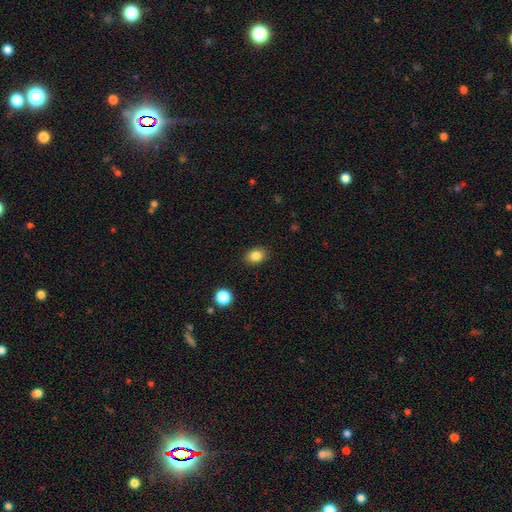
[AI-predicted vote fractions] smooth-or-featured: smooth: 84% | star or artifact: 10% | featured or disk: 6%
  how-rounded: in between: 68% | round: 31% | cigar-shaped: 1%
  merging: none: 88% | minor disturbance: 9% | major disturbance: 2% | merger: 1%